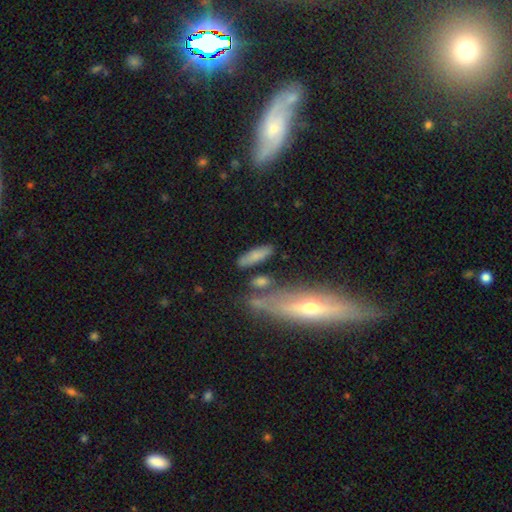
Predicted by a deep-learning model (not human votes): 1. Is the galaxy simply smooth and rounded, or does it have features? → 72% smooth, 21% featured or disk, 8% star or artifact.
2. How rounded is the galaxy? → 56% cigar-shaped, 41% in between, 3% round.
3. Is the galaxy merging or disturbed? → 71% none, 14% minor disturbance, 10% merger, 5% major disturbance.